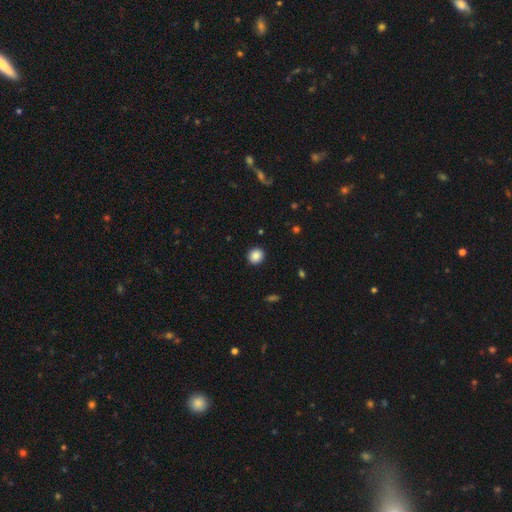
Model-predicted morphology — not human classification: smooth-or-featured: smooth: 88% | star or artifact: 9% | featured or disk: 3%
  how-rounded: round: 83% | in between: 16% | cigar-shaped: 1%
  merging: none: 92% | minor disturbance: 5% | major disturbance: 2% | merger: 1%